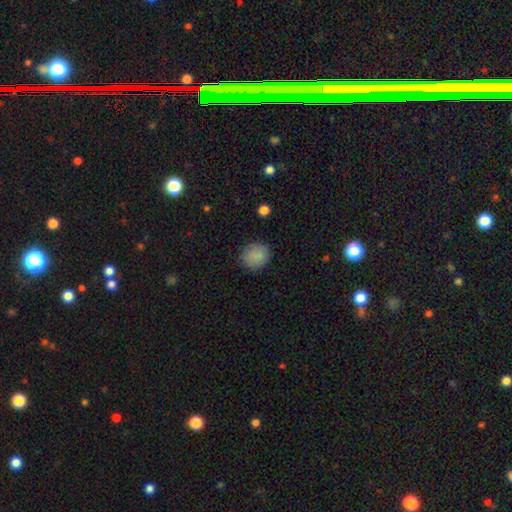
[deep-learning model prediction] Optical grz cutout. It shows a smooth galaxy with no disk features (87%) that is round (75%). Merging: none (83%).